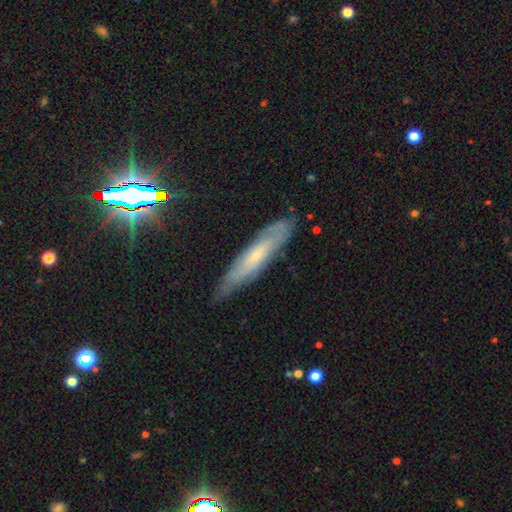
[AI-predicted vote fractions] Smooth or featured? featured or disk (55%)
Edge-on disk? yes (57%)
Merging? none (78%)